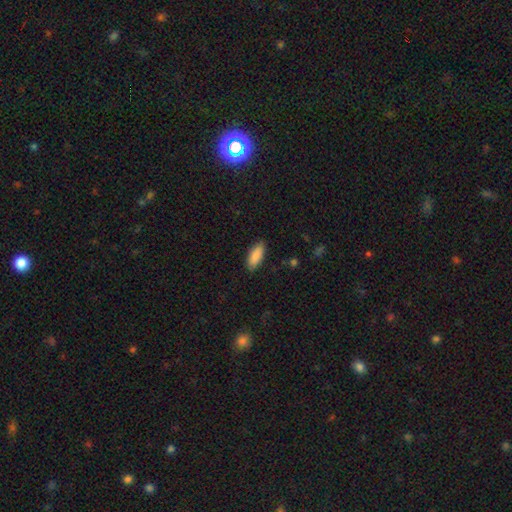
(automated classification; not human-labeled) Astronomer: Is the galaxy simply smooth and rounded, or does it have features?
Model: smooth — 88%.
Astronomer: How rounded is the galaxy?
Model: in between — 78%.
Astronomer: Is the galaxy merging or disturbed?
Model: none — 87%.